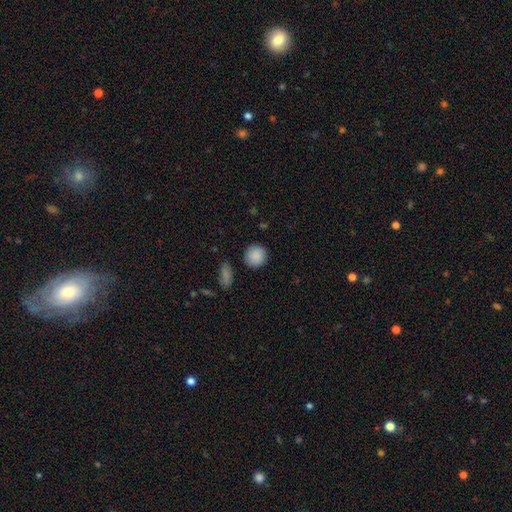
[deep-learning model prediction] smooth 89%, star or artifact 8%, featured or disk 4%. Down the decision tree: how rounded — round (90%); merging — none (87%).